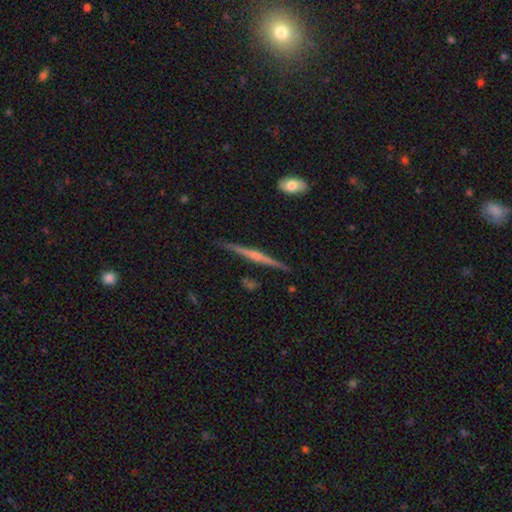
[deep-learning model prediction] This is likely a featured or disk galaxy (76%). It is clearly viewed edge-on (98%). Edge-on bulge: likely rounded (60%). Merging: clearly none (88%).